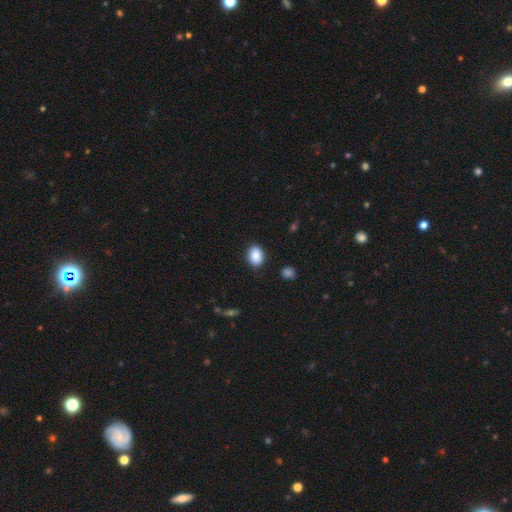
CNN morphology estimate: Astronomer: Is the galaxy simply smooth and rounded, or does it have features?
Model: smooth — 88%.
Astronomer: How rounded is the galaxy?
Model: in between — 70%.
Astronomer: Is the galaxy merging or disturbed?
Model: none — 88%.